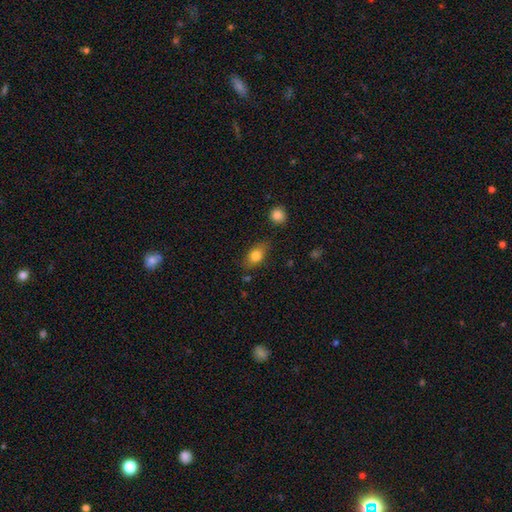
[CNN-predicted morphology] Smooth or featured? Predicted: smooth (p=0.80). How rounded? Predicted: in between (p=0.80). Merging? Predicted: none (p=0.77).